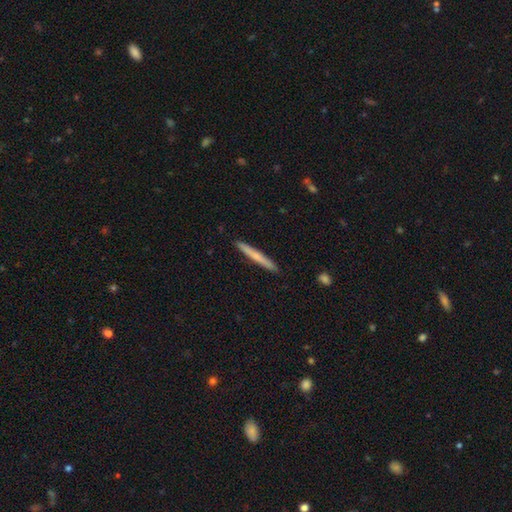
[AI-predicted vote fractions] smooth 58%, featured or disk 36%, star or artifact 6%. Down the decision tree: how rounded — cigar-shaped (97%); merging — none (92%).